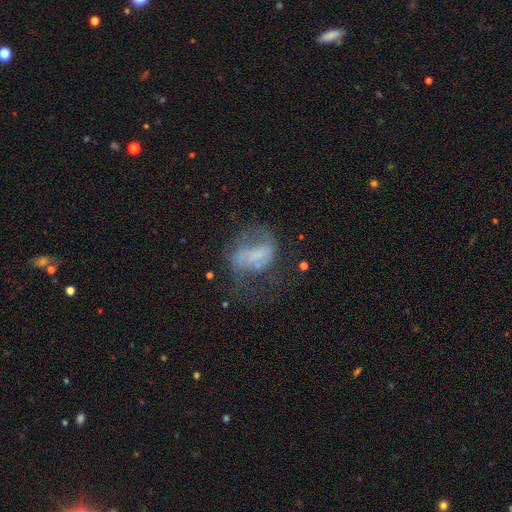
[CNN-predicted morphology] Q: Smooth or featured?
A: featured or disk (50%); runner-up: smooth (37%)
Q: Edge-on disk?
A: no (96%); runner-up: yes (4%)
Q: Merging?
A: major disturbance (46%); runner-up: none (27%)